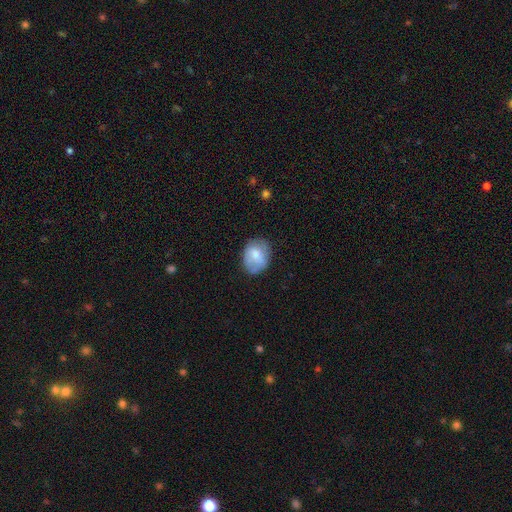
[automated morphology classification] This appears to be a smooth galaxy with no disk features (70%) that is in between round and cigar-shaped (59%). Merging: none (64%).